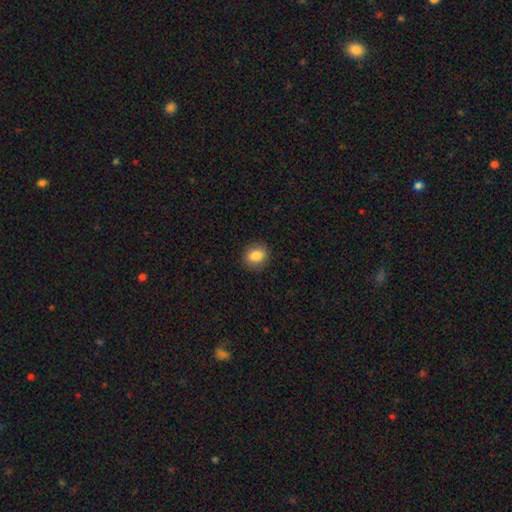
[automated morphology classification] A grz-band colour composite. It shows a smooth galaxy with no disk features (85%) that is round (61%). Merging: none (89%).